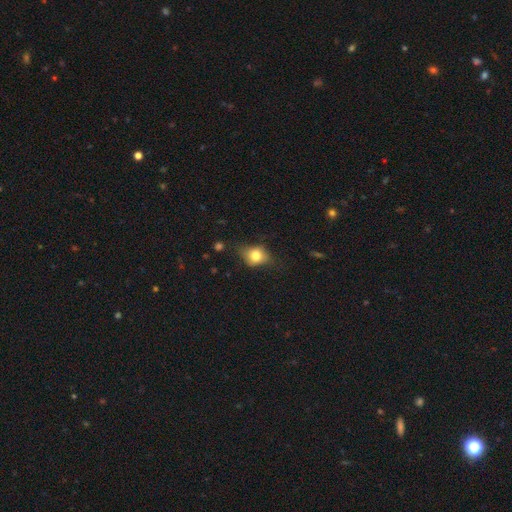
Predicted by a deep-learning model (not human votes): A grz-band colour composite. It shows a smooth galaxy with no disk features (71%) that is round (50%). Merging: none (62%).